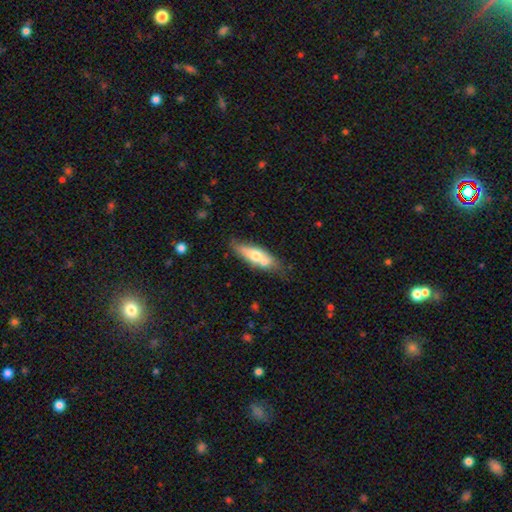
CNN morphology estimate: Smooth or featured? smooth (55%)
How rounded? in between (55%)
Merging? none (55%)